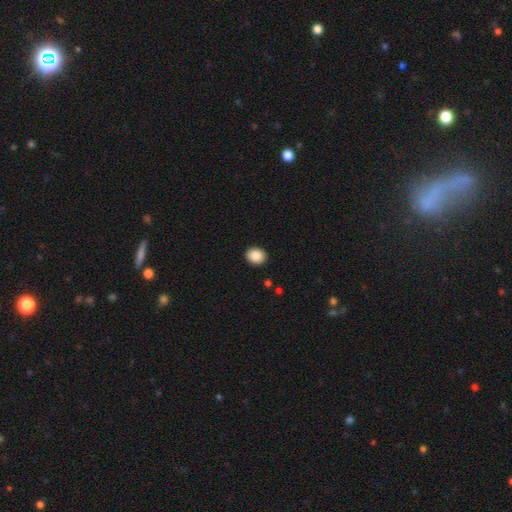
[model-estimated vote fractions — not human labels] This is clearly a smooth galaxy (87%). How rounded: possibly round (57%). Merging: clearly none (92%).